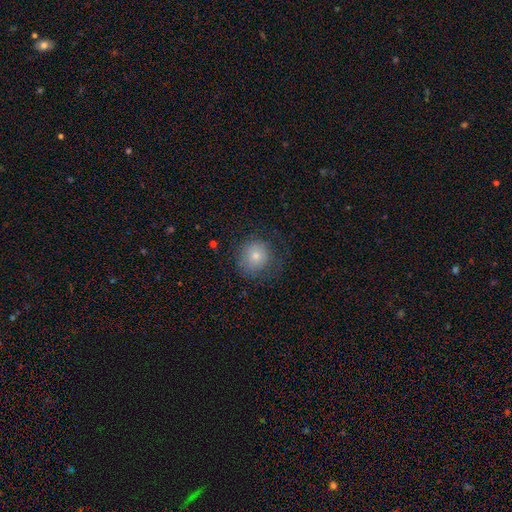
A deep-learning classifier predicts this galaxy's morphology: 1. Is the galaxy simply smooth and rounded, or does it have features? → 72% smooth, 15% featured or disk, 13% star or artifact.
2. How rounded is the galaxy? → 90% round, 9% in between, 1% cigar-shaped.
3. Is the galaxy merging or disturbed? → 69% none, 18% minor disturbance, 11% major disturbance, 1% merger.